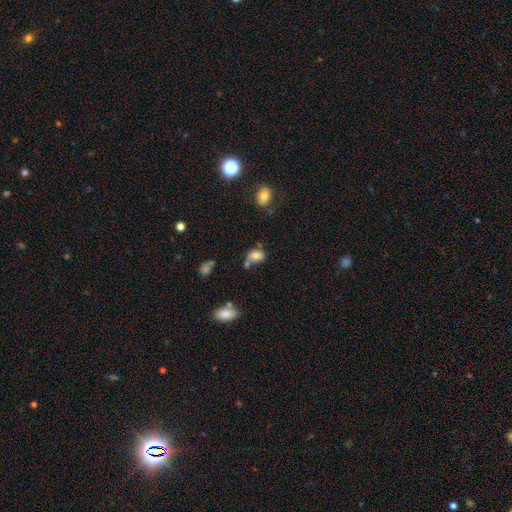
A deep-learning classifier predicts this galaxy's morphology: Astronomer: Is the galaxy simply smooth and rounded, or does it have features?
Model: smooth — 68%.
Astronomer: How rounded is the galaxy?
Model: in between — 72%.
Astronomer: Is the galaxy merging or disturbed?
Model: none — 39% (runner-up: minor disturbance, 26%).